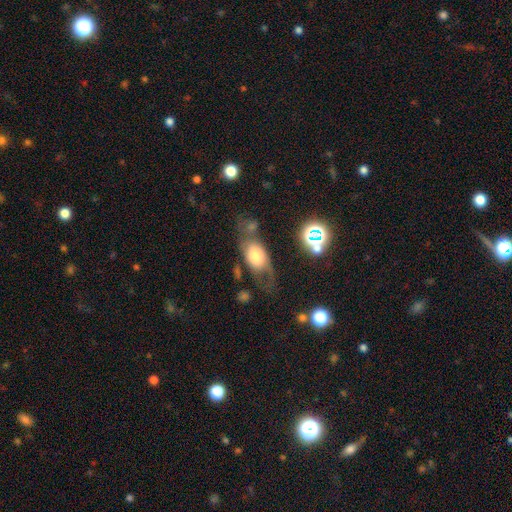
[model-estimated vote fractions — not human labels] A smooth galaxy with no disk features (55%) that is in between round and cigar-shaped (81%).

Vote fractions:
- Smooth or featured? smooth: 55% / featured or disk: 35% / star or artifact: 10%
- How rounded? in between: 81% / round: 14% / cigar-shaped: 5%
- Merging? none: 45% / minor disturbance: 23% / major disturbance: 22% / merger: 10%